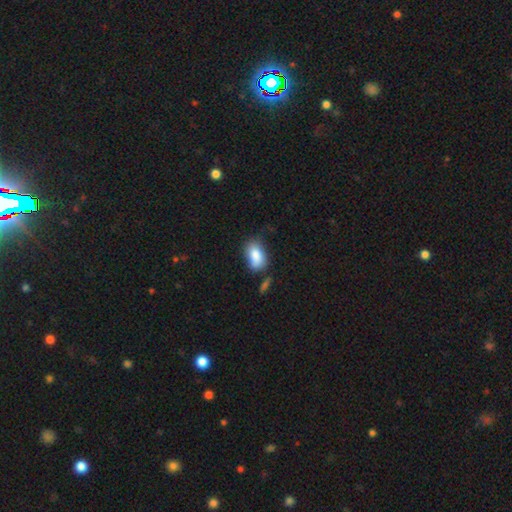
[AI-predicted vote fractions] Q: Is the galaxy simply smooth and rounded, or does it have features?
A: smooth — 84%.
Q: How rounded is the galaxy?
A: in between — 89%.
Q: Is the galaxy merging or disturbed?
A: none — 55%.